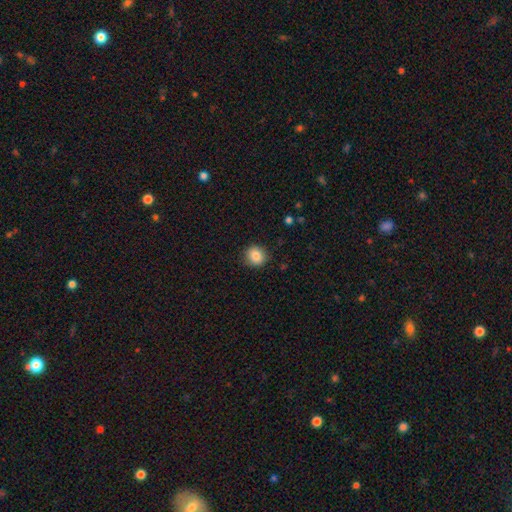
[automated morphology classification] Q: Smooth or featured?
A: smooth (85%); runner-up: star or artifact (9%)
Q: How rounded?
A: round (86%); runner-up: in between (13%)
Q: Merging?
A: none (88%); runner-up: minor disturbance (9%)